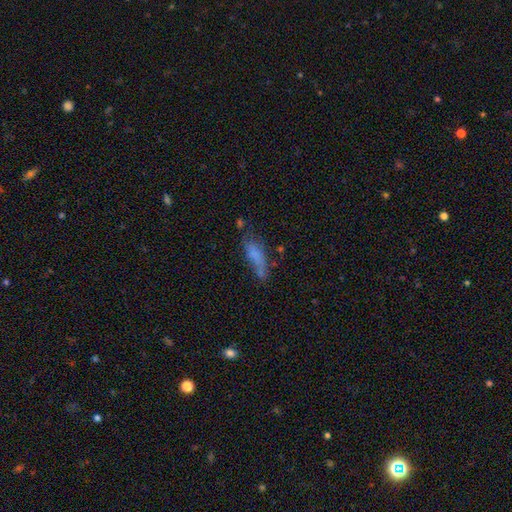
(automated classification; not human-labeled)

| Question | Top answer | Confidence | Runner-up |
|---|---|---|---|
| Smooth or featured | smooth | 67% | featured or disk (23%) |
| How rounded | in between | 51% | cigar-shaped (46%) |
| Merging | none | 44% | minor disturbance (29%) |